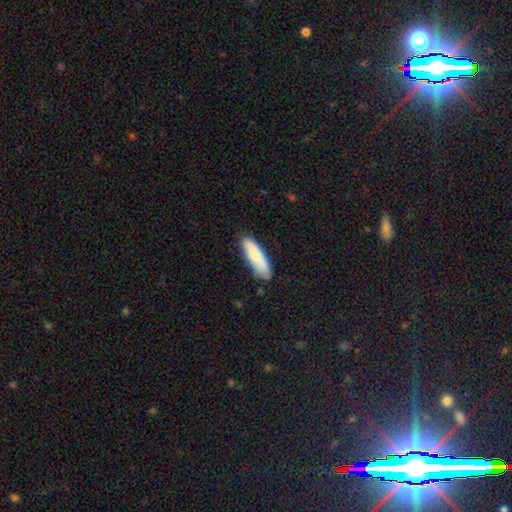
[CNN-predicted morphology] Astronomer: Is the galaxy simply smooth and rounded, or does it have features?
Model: smooth — 78%.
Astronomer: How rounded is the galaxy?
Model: cigar-shaped — 55% (runner-up: in between, 44%).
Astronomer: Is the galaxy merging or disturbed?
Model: none — 80%.